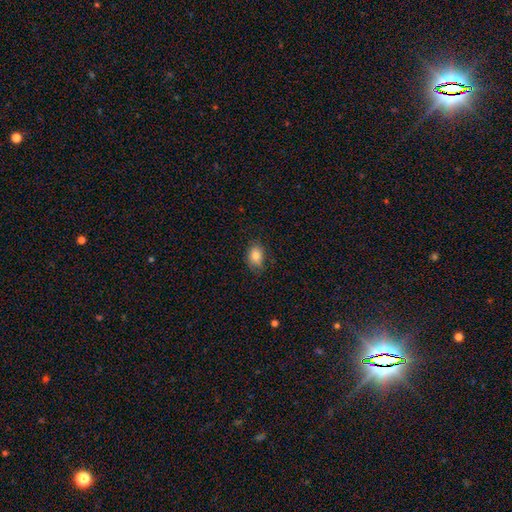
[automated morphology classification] A smooth galaxy with no disk features (84%) that is in between round and cigar-shaped (77%).

Vote fractions:
- Smooth or featured? smooth: 84% / star or artifact: 9% / featured or disk: 7%
- How rounded? in between: 77% / round: 21% / cigar-shaped: 1%
- Merging? none: 74% / minor disturbance: 21% / major disturbance: 5% / merger: 1%